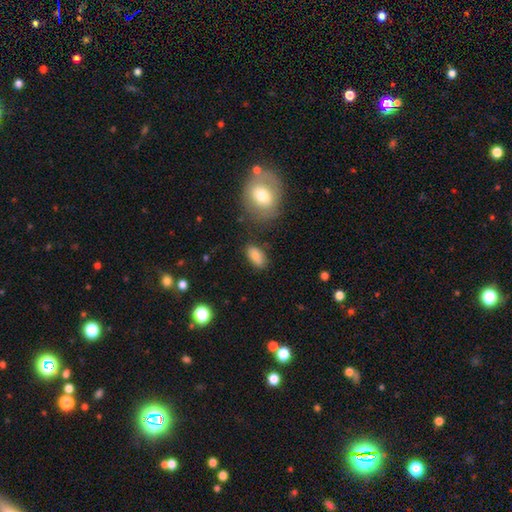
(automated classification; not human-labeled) Smooth or featured? smooth (81%)
How rounded? in between (91%)
Merging? none (78%)